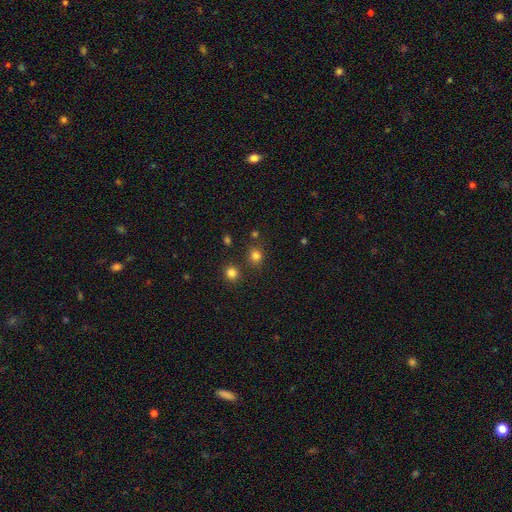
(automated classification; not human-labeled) The model was most divided on "how rounded": round: 81%, in between: 18%, cigar-shaped: 1%. More confident: merging — none (81%); smooth or featured — smooth (80%).